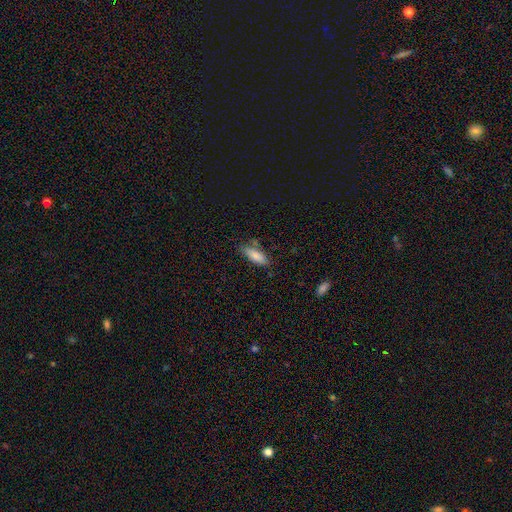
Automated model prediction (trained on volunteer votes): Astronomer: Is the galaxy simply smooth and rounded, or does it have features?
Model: smooth — 83%.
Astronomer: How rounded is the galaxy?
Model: in between — 65%.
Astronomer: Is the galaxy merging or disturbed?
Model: none — 72%.